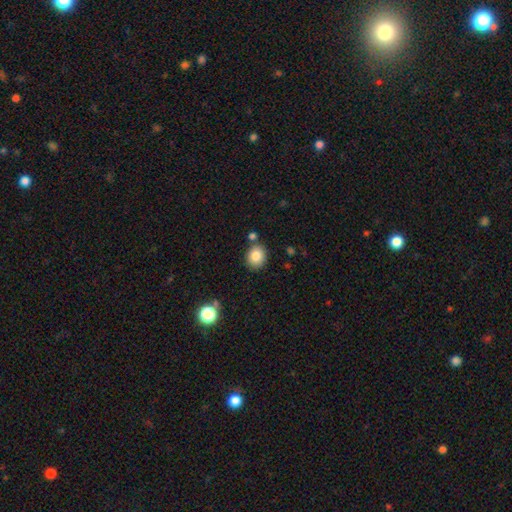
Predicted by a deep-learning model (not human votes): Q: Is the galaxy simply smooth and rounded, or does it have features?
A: smooth — 84%.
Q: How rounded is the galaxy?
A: round — 65%.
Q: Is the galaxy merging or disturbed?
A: none — 78%.